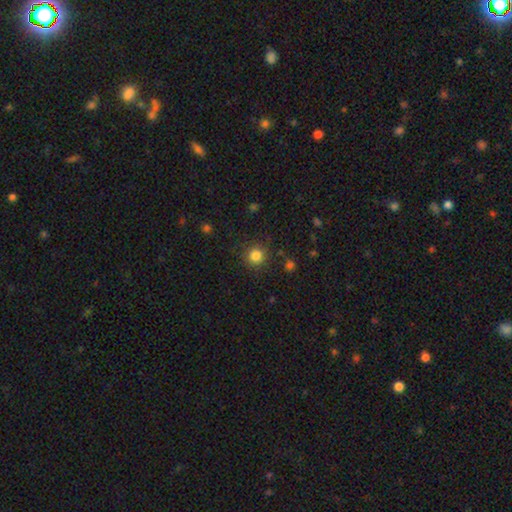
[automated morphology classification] This appears to be a smooth galaxy with no disk features (83%) that is round (94%). Merging: none (88%).